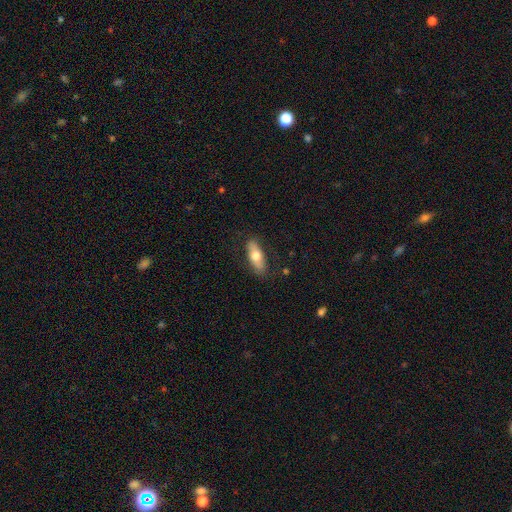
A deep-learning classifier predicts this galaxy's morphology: Q: Smooth or featured?
A: smooth (65%); runner-up: featured or disk (30%)
Q: How rounded?
A: in between (73%); runner-up: cigar-shaped (24%)
Q: Merging?
A: none (83%); runner-up: minor disturbance (13%)